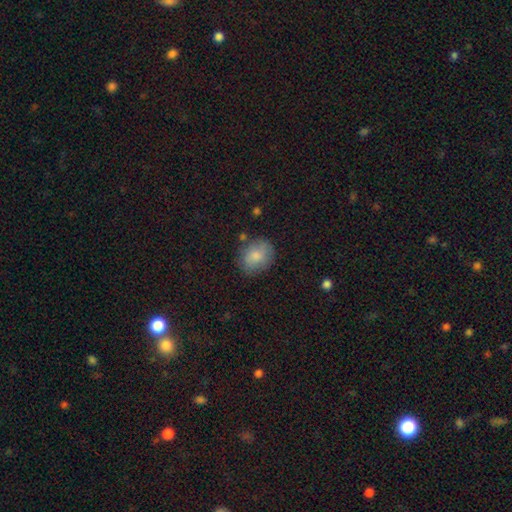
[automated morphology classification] Smooth or featured: smooth — 81% (featured or disk — 12%)
How rounded: in between — 54% (round — 45%)
Merging: none — 74% (minor disturbance — 18%)